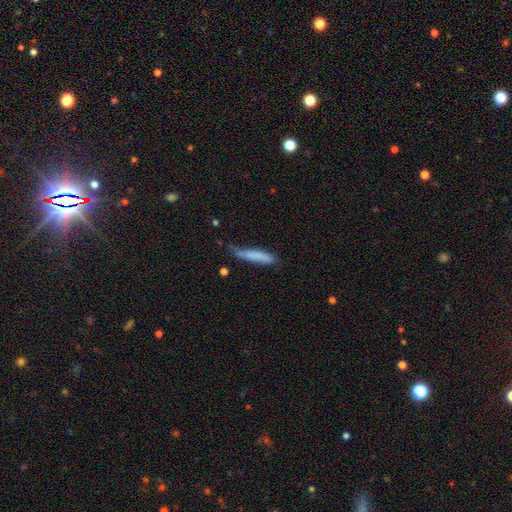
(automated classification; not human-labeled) smooth-or-featured: smooth: 77% | featured or disk: 17% | star or artifact: 6%
  how-rounded: cigar-shaped: 89% | in between: 10% | round: 1%
  merging: none: 56% | minor disturbance: 33% | major disturbance: 7% | merger: 3%